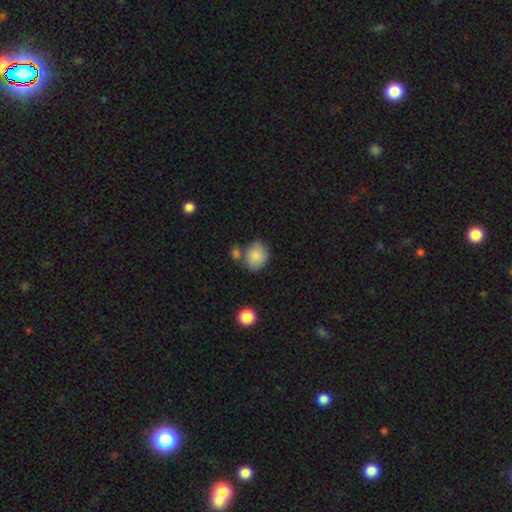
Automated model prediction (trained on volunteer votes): Smooth or featured? smooth (84%)
How rounded? round (50%)
Merging? none (55%)